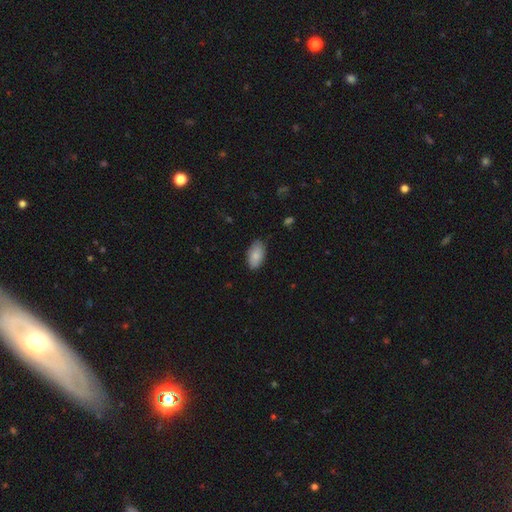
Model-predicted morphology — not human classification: type=smooth (85%); roundness=in between (94%); merging=none (82%).